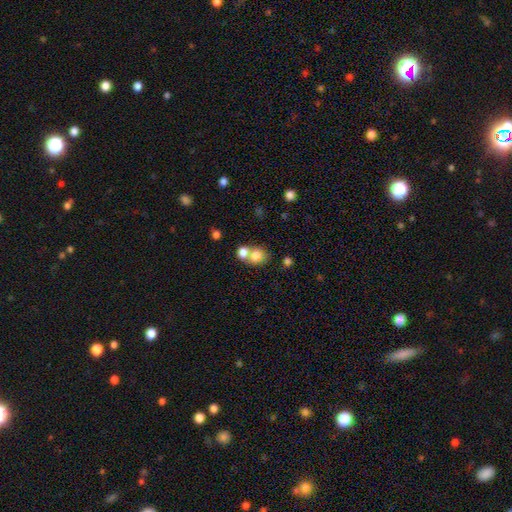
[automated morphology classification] Smooth or featured? smooth (79%)
How rounded? round (61%)
Merging? merger (52%)